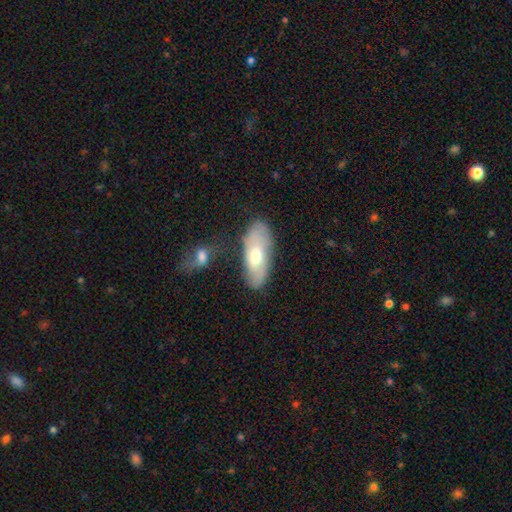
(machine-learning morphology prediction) Smooth or featured?
  - smooth: 57% *
  - featured or disk: 37%
  - star or artifact: 7%
How rounded?
  - in between: 80% *
  - cigar-shaped: 17%
  - round: 3%
Merging?
  - none: 71% *
  - minor disturbance: 16%
  - merger: 9%
  - major disturbance: 4%